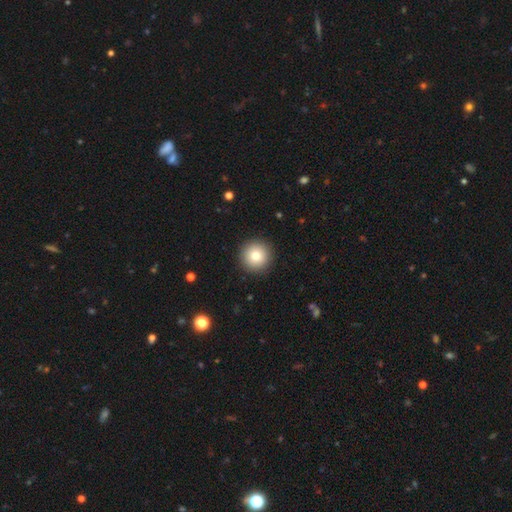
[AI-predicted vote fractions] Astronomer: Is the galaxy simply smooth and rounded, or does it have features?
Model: smooth — 81%.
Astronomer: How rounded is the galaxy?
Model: round — 96%.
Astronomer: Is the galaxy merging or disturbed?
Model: none — 92%.